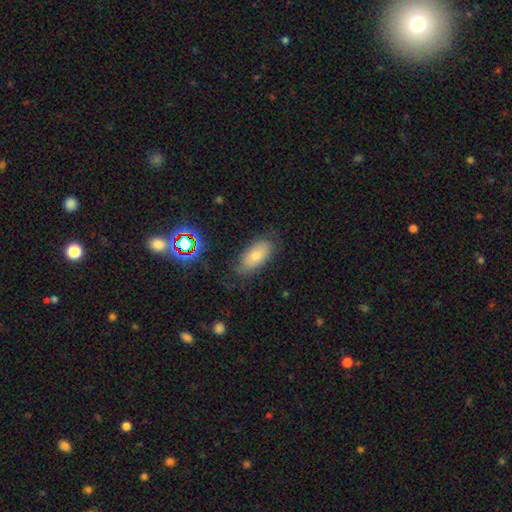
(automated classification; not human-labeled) Overall: smooth (70%). How rounded: in between (90%). Merging: none (72%).